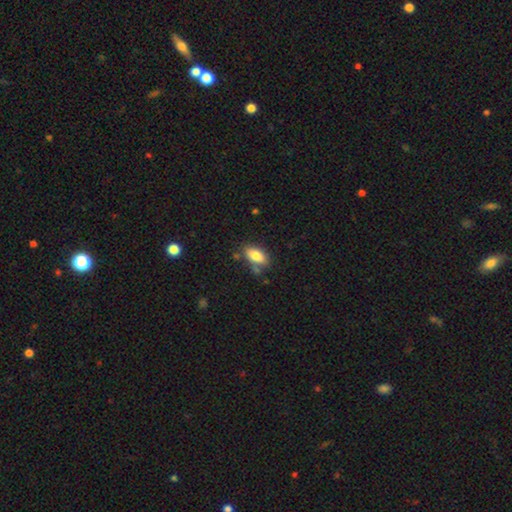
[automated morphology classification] The model was most divided on "merging": none: 74%, minor disturbance: 16%, merger: 7%, major disturbance: 4%. More confident: how rounded — in between (88%); smooth or featured — smooth (79%).